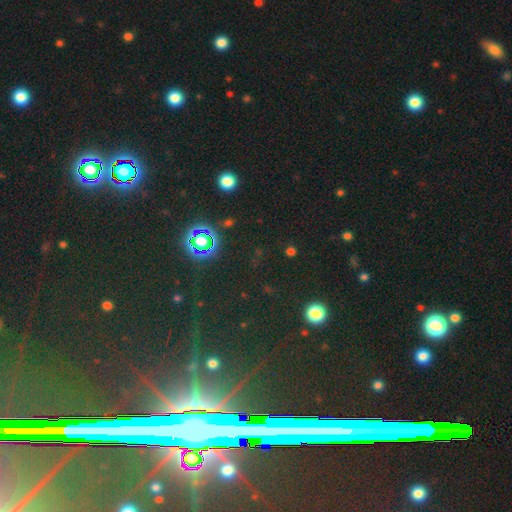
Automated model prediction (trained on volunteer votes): star or artifact 78%, smooth 13%, featured or disk 9%.